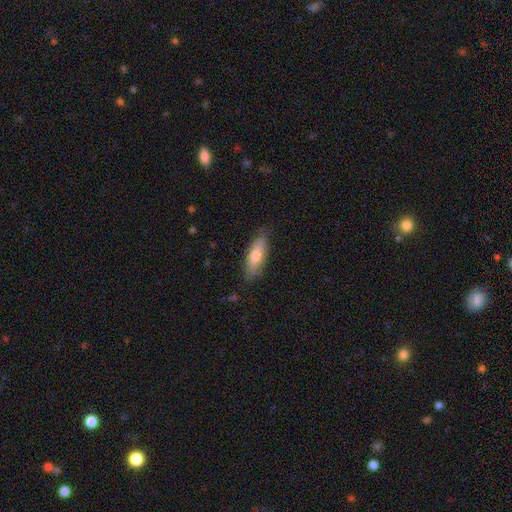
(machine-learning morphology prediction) Q: Smooth or featured?
A: smooth (70%); runner-up: featured or disk (24%)
Q: How rounded?
A: in between (50%); runner-up: cigar-shaped (48%)
Q: Merging?
A: none (80%); runner-up: minor disturbance (16%)